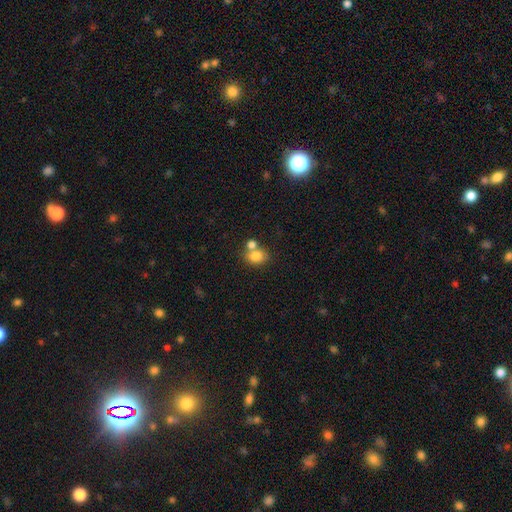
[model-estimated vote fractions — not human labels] A smooth galaxy with no disk features (81%) that is round (53%).

Vote fractions:
- Smooth or featured? smooth: 81% / star or artifact: 10% / featured or disk: 9%
- How rounded? round: 53% / in between: 46% / cigar-shaped: 1%
- Merging? none: 51% / merger: 35% / minor disturbance: 10% / major disturbance: 3%